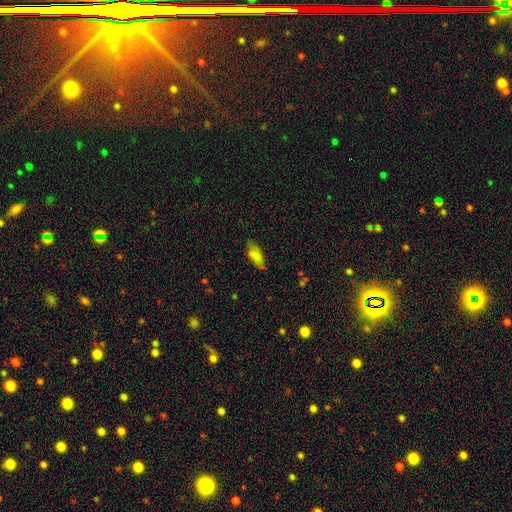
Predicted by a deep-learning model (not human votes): This is clearly a smooth galaxy (81%). How rounded: clearly in between (82%). Merging: likely none (68%).